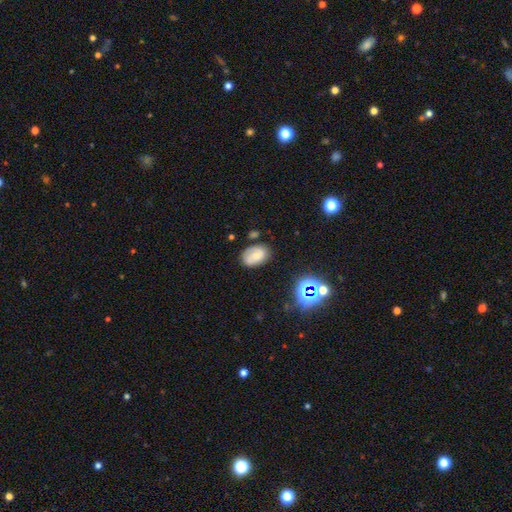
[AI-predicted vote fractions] smooth 63%, featured or disk 24%, star or artifact 13%. Down the decision tree: how rounded — in between (85%); merging — none (69%).